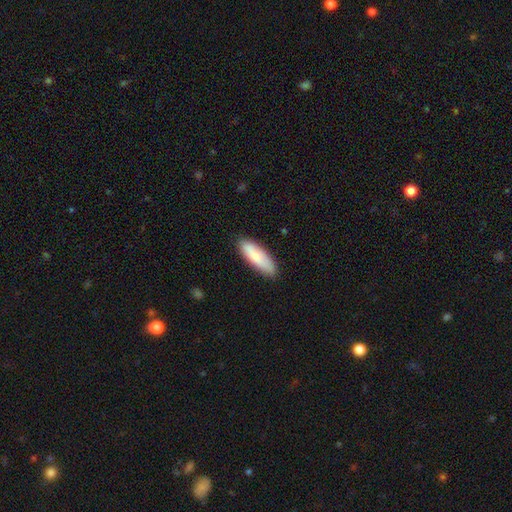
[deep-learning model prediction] Q: Smooth or featured?
A: smooth (82%); runner-up: featured or disk (13%)
Q: How rounded?
A: in between (54%); runner-up: cigar-shaped (44%)
Q: Merging?
A: none (84%); runner-up: minor disturbance (13%)